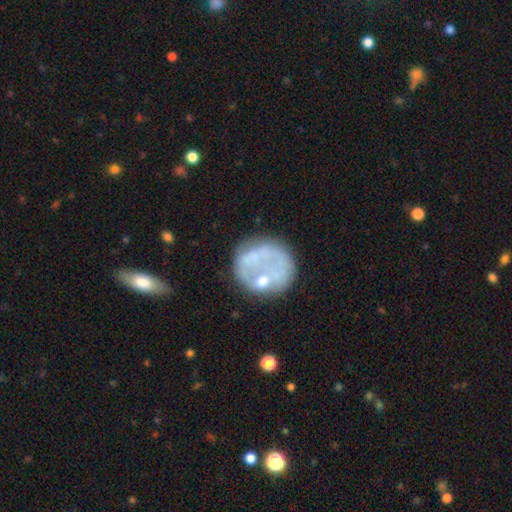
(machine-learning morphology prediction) This is possibly a featured or disk galaxy (51%). It is clearly not viewed edge-on (98%). Bar: clearly no (90%). Spiral arm pattern: clearly no (89%). Central bulge: possibly none (54%). Merging: marginally none (43%).